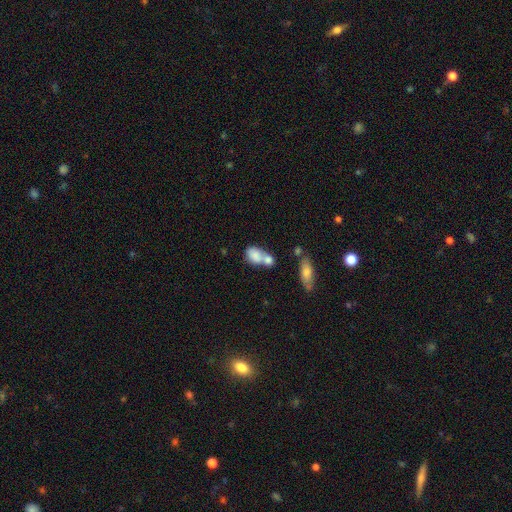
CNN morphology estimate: The model was most divided on "merging": merger: 63%, none: 21%, minor disturbance: 10%, major disturbance: 6%. More confident: how rounded — in between (76%); smooth or featured — smooth (76%).